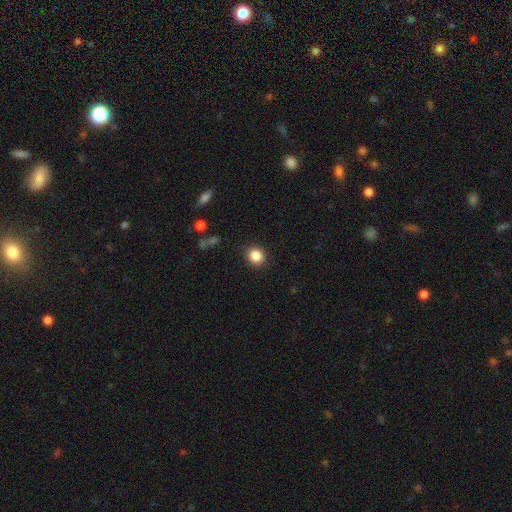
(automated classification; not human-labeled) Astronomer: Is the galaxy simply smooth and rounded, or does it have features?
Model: smooth — 86%.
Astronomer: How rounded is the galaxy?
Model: round — 85%.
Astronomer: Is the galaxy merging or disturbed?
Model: none — 90%.